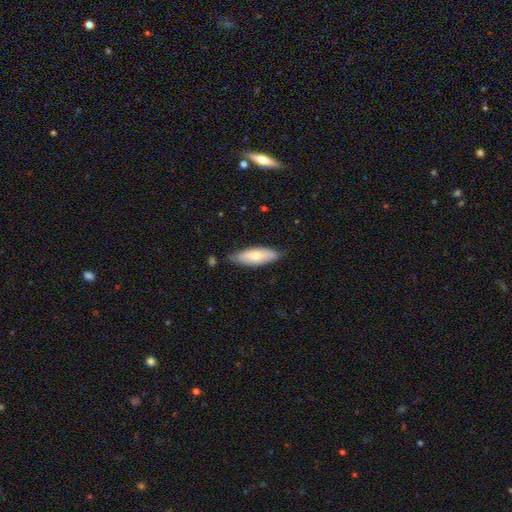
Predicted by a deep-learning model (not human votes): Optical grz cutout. It shows a smooth galaxy with no disk features (69%) that is in between round and cigar-shaped (67%). Merging: none (75%).